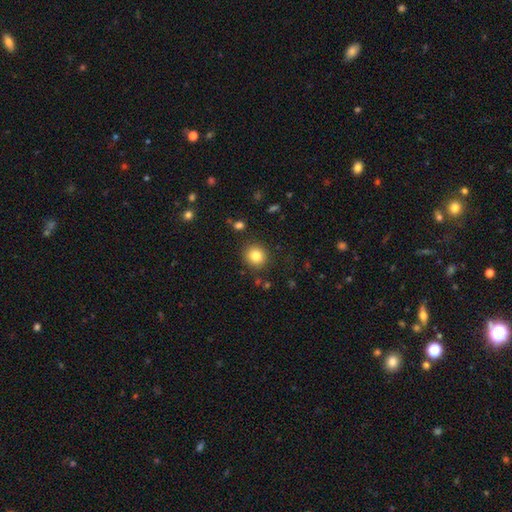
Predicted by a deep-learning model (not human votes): Smooth or featured?
  - smooth: 82% *
  - star or artifact: 11%
  - featured or disk: 7%
How rounded?
  - round: 91% *
  - in between: 9%
  - cigar-shaped: 1%
Merging?
  - none: 89% *
  - minor disturbance: 7%
  - major disturbance: 2%
  - merger: 2%